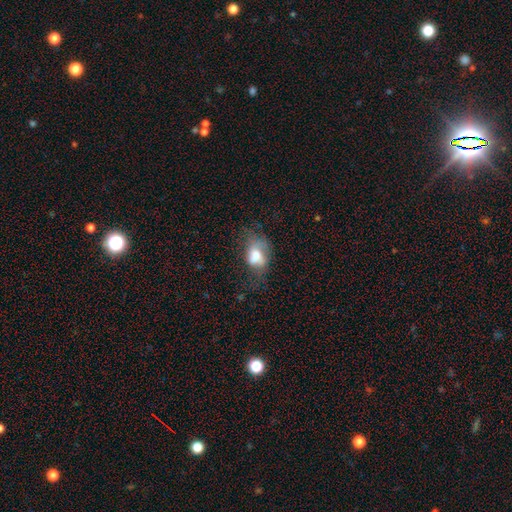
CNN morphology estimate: type=smooth (63%); roundness=in between (80%); merging=major disturbance (36%).